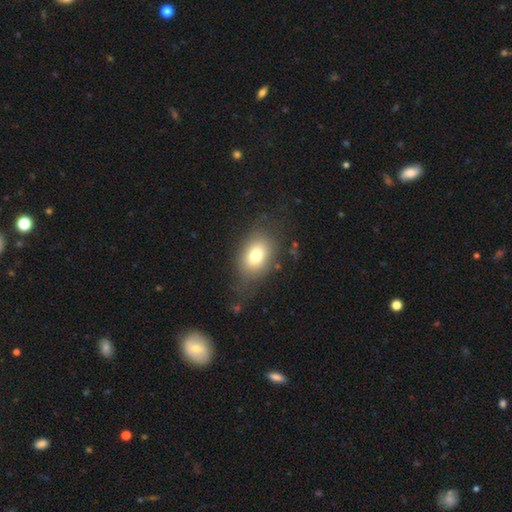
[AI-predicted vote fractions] Smooth or featured?
  - smooth: 75% *
  - featured or disk: 15%
  - star or artifact: 10%
How rounded?
  - in between: 76% *
  - round: 22%
  - cigar-shaped: 1%
Merging?
  - none: 72% *
  - minor disturbance: 18%
  - major disturbance: 9%
  - merger: 2%